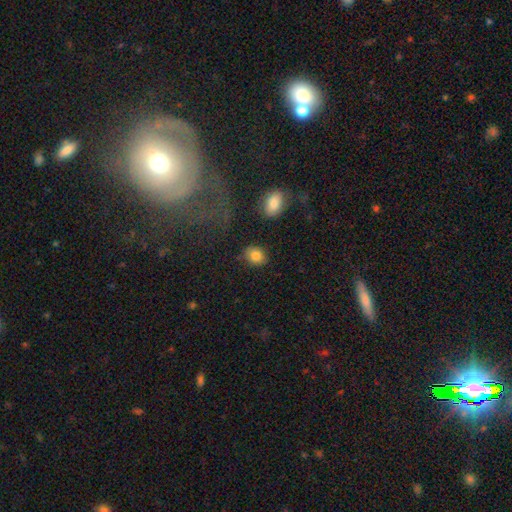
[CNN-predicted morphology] Smooth or featured: smooth — 84% (star or artifact — 9%)
How rounded: round — 56% (in between — 43%)
Merging: none — 81% (minor disturbance — 13%)